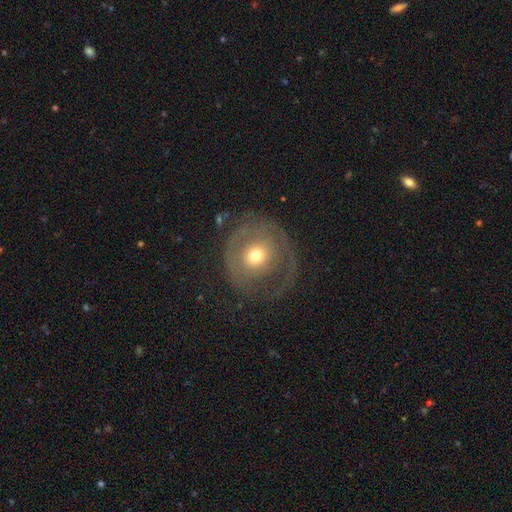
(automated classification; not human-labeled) This is possibly a featured or disk galaxy (54%). It is clearly not viewed edge-on (96%). Bar: clearly no (82%). Spiral arm pattern: possibly yes (52%). Central bulge: possibly moderate (54%). Merging: possibly none (58%).